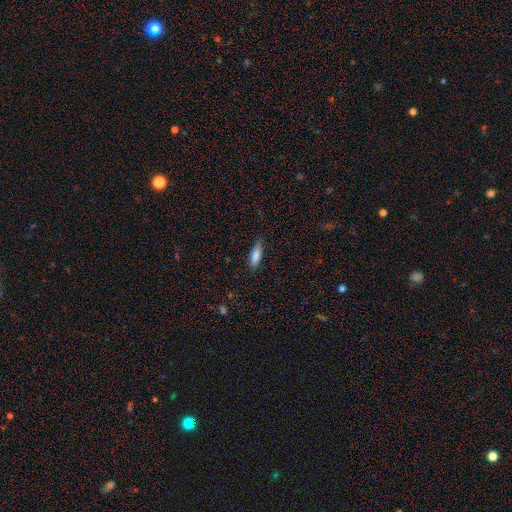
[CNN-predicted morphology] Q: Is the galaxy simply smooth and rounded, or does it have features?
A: smooth — 83%.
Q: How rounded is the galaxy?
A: in between — 51%.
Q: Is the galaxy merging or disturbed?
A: none — 79%.